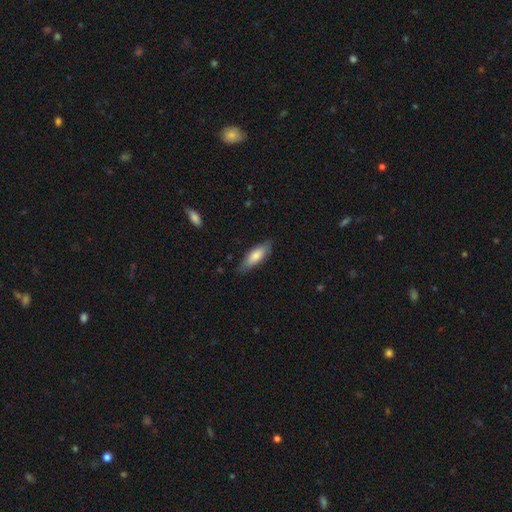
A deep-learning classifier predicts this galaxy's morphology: type=smooth (75%); roundness=in between (60%); merging=none (79%).